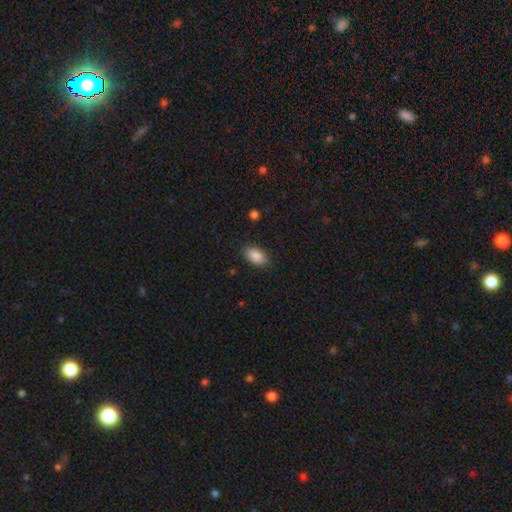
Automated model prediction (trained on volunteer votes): smooth 88%, star or artifact 7%, featured or disk 5%. Down the decision tree: how rounded — in between (92%); merging — none (82%).